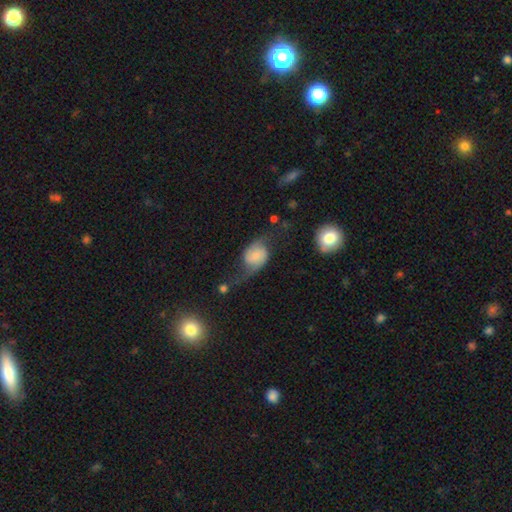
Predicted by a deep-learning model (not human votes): This is possibly a featured or disk galaxy (60%). It is clearly not viewed edge-on (96%). Bar: possibly no (53%). Spiral arm pattern: clearly yes (89%). Spiral arm count: clearly 2 (89%). Spiral winding: likely loose (66%). Central bulge: marginally small (43%). Merging: marginally none (41%).